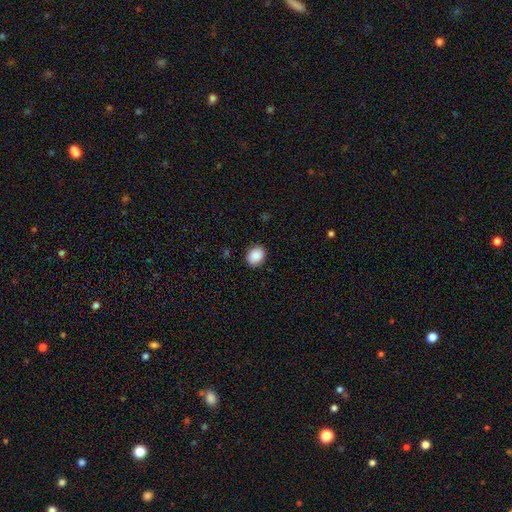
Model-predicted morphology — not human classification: smooth_or_featured: smooth (p=0.88) [alt: star or artifact p=0.08]
how_rounded: round (p=0.50) [alt: in between p=0.49]
merging: none (p=0.89) [alt: minor disturbance p=0.08]